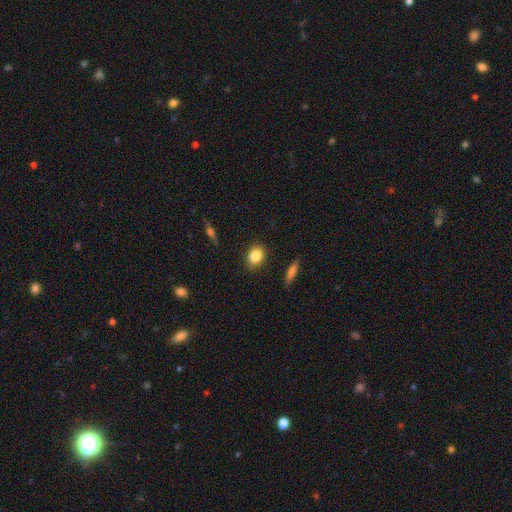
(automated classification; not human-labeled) Q: Smooth or featured?
A: smooth (85%); runner-up: star or artifact (8%)
Q: How rounded?
A: in between (63%); runner-up: round (34%)
Q: Merging?
A: none (86%); runner-up: minor disturbance (10%)